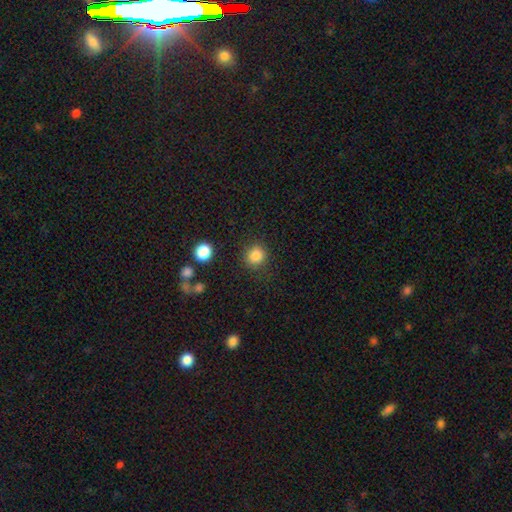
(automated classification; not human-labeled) Morphology: type=smooth (85%); roundness=round (85%); merging=none (84%).